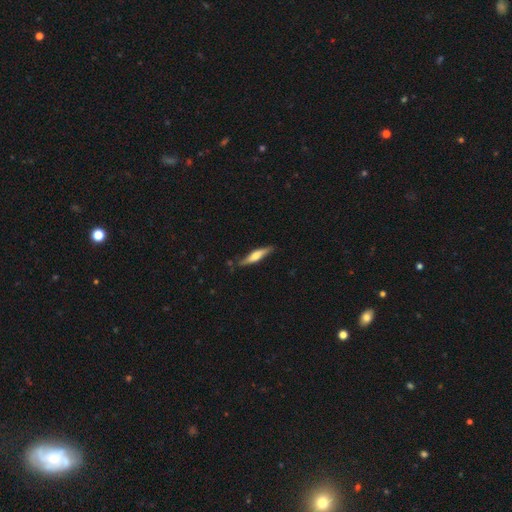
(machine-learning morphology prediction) Smooth or featured? Predicted: featured or disk (p=0.48). Merging? Predicted: none (p=0.80).